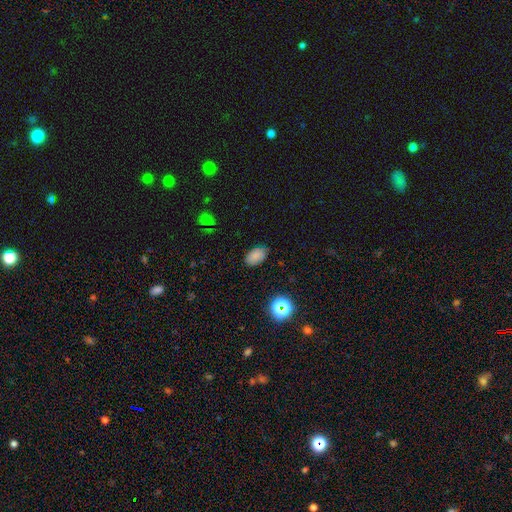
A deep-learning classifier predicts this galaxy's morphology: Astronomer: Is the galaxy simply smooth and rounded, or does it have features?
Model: smooth — 82%.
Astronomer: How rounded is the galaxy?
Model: in between — 90%.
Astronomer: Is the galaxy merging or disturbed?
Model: none — 81%.